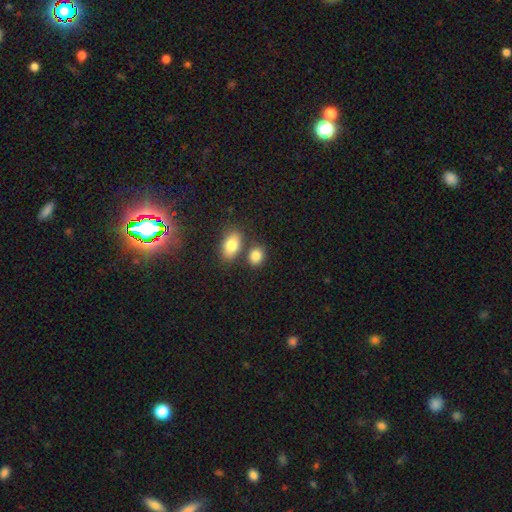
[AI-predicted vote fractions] Smooth or featured: smooth — 85% (star or artifact — 9%)
How rounded: in between — 59% (round — 39%)
Merging: none — 63% (merger — 22%)